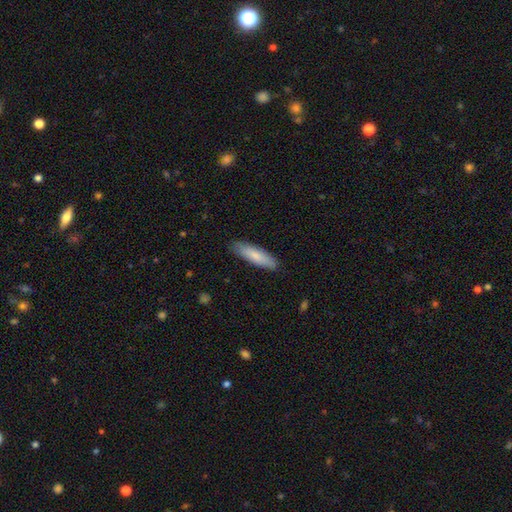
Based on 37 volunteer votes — Morphology: type=smooth (81%); roundness=cigar-shaped (77%); merging=none (76%).